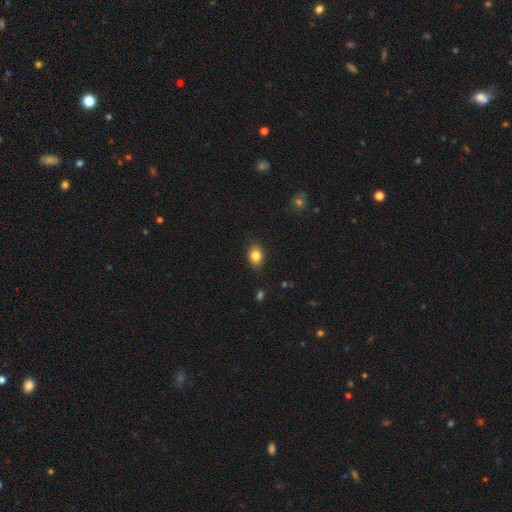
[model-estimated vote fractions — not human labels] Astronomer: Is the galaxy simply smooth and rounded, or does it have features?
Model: smooth — 84%.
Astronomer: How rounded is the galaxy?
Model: in between — 71%.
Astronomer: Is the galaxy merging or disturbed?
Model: none — 85%.